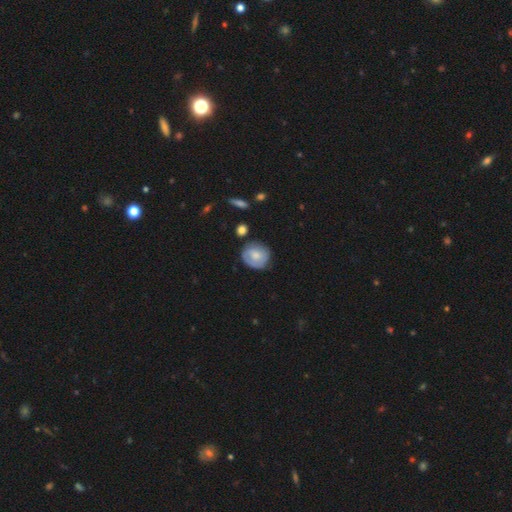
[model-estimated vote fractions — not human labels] smooth-or-featured: smooth: 54% | featured or disk: 39% | star or artifact: 6%
  how-rounded: round: 79% | in between: 20% | cigar-shaped: 1%
  merging: none: 71% | minor disturbance: 21% | major disturbance: 5% | merger: 3%